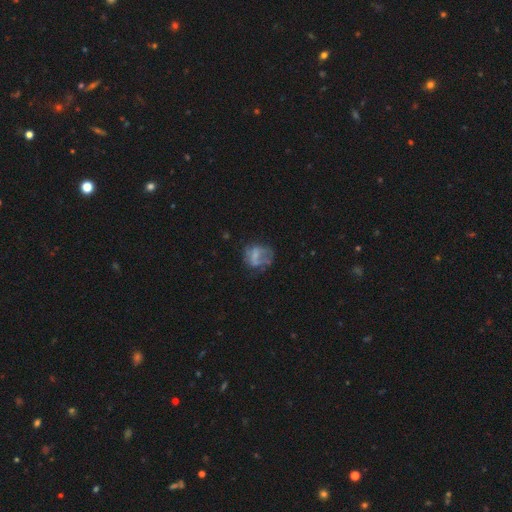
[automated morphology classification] smooth_or_featured: featured or disk (p=0.45) [alt: smooth p=0.43]
merging: none (p=0.42) [alt: major disturbance p=0.31]